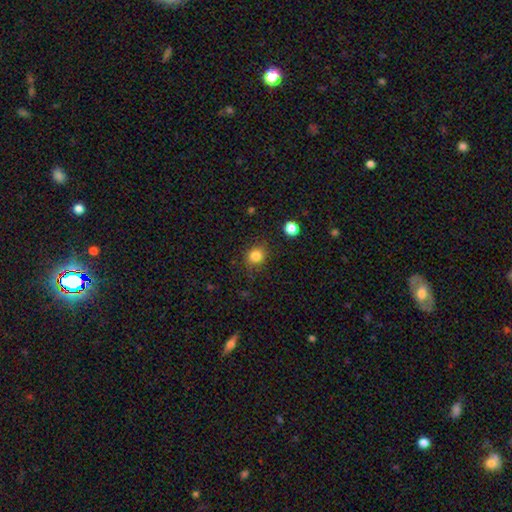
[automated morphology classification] Overall: smooth (83%). How rounded: round (78%). Merging: none (83%).